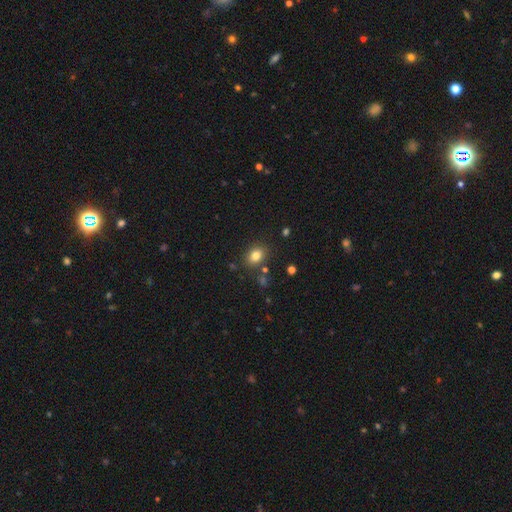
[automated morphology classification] type=smooth (81%); roundness=in between (61%); merging=none (81%).